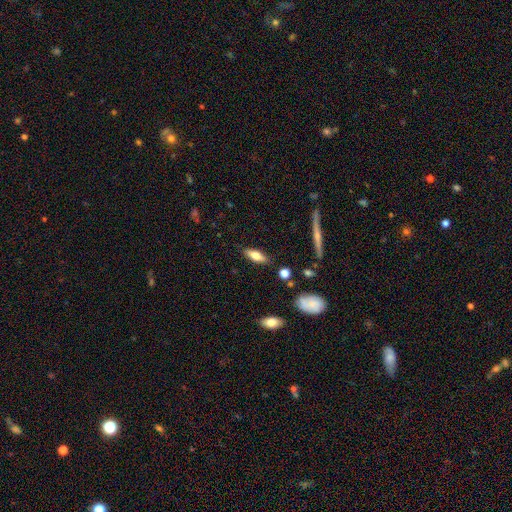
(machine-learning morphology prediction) smooth_or_featured: smooth (p=0.69) [alt: featured or disk p=0.23]
how_rounded: in between (p=0.63) [alt: cigar-shaped p=0.35]
merging: none (p=0.84) [alt: minor disturbance p=0.12]